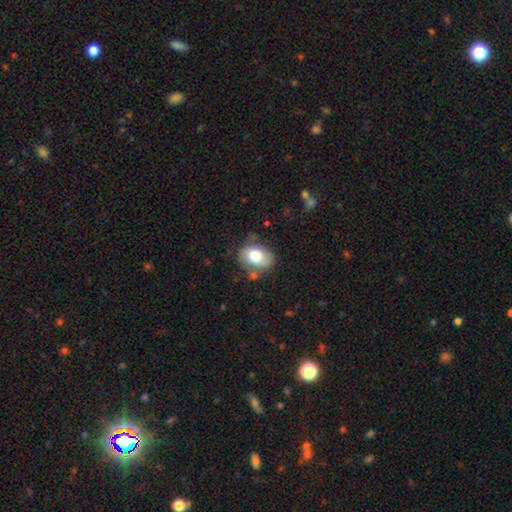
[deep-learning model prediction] A smooth galaxy with no disk features (73%) that is in between round and cigar-shaped (75%). Merging: none (65%).